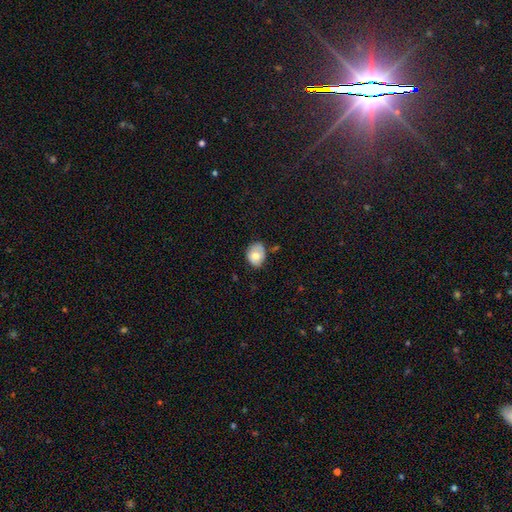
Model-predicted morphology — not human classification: Smooth or featured? Predicted: smooth (p=0.74). How rounded? Predicted: in between (p=0.54). Merging? Predicted: none (p=0.58).